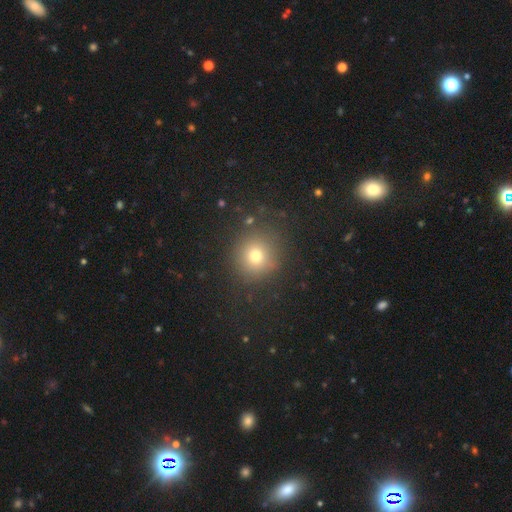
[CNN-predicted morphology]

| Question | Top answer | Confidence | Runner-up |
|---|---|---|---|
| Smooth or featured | smooth | 73% | star or artifact (18%) |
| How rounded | round | 91% | in between (8%) |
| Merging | none | 86% | minor disturbance (8%) |